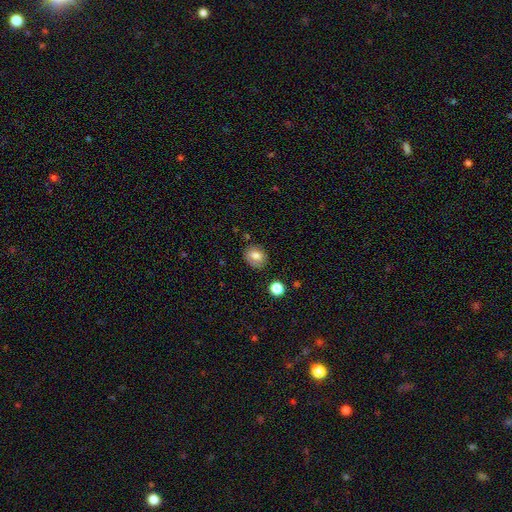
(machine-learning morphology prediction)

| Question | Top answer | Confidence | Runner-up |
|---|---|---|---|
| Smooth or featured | smooth | 74% | featured or disk (16%) |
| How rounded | round | 55% | in between (44%) |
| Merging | none | 77% | minor disturbance (16%) |